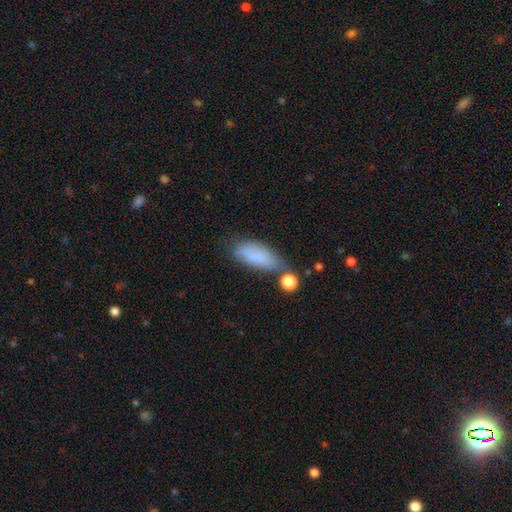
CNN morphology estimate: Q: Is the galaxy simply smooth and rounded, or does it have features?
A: smooth — 78%.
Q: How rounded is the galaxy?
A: in between — 74%.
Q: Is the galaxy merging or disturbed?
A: none — 52%.